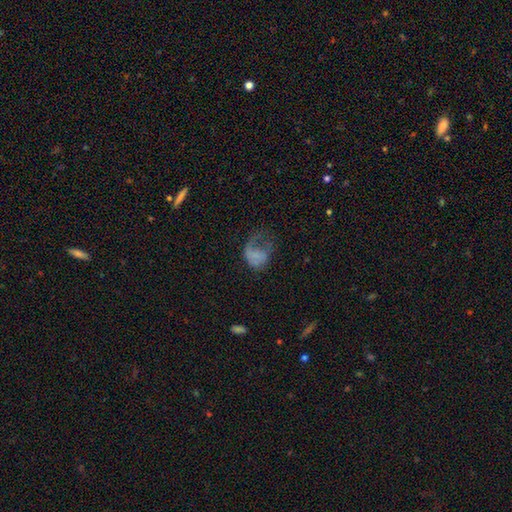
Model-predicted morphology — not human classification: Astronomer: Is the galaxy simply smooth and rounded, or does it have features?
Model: smooth — 54% (runner-up: featured or disk, 34%).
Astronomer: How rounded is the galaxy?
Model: in between — 60% (runner-up: round, 39%).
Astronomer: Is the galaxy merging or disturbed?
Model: major disturbance — 58%.